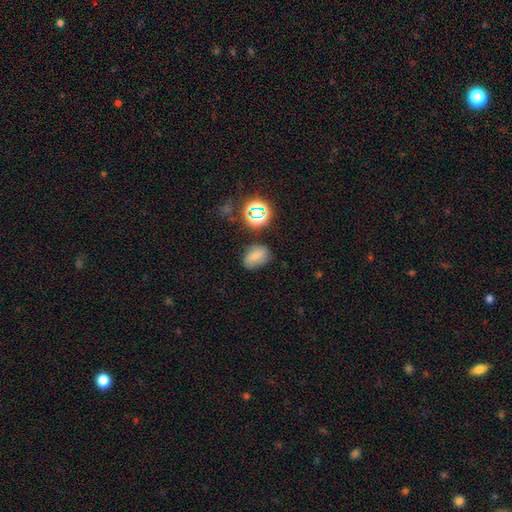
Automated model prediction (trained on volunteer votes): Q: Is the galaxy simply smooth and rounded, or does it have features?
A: smooth — 70%.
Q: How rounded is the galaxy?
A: in between — 77%.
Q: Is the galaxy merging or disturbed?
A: none — 68%.